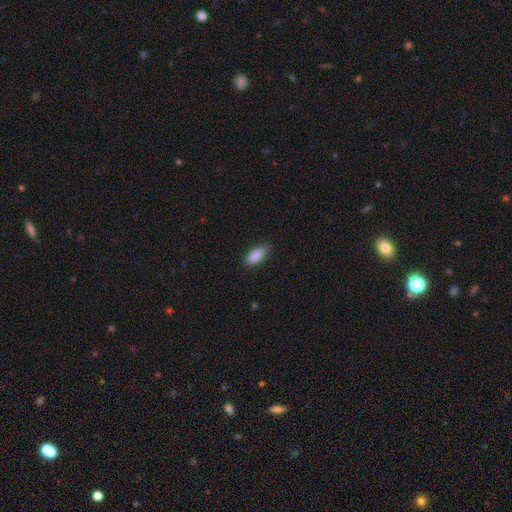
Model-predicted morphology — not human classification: smooth 88%, star or artifact 7%, featured or disk 5%. Down the decision tree: how rounded — in between (84%); merging — none (78%).